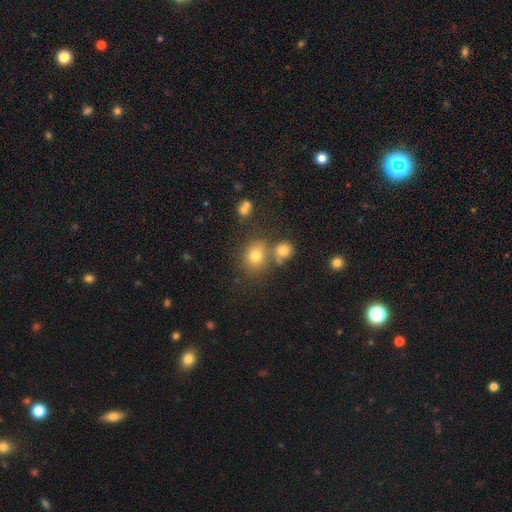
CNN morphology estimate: smooth_or_featured: smooth (p=0.75) [alt: star or artifact p=0.15]
how_rounded: round (p=0.67) [alt: in between p=0.32]
merging: none (p=0.62) [alt: merger p=0.22]